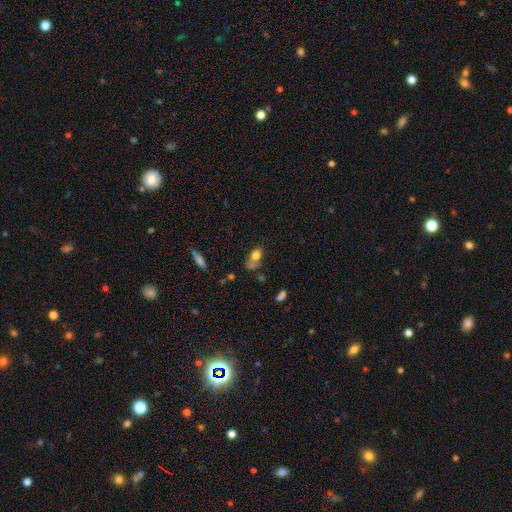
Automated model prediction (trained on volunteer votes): Overall: smooth (74%). How rounded: in between (61%; round 34%). Merging: none (37%; merger 30%).